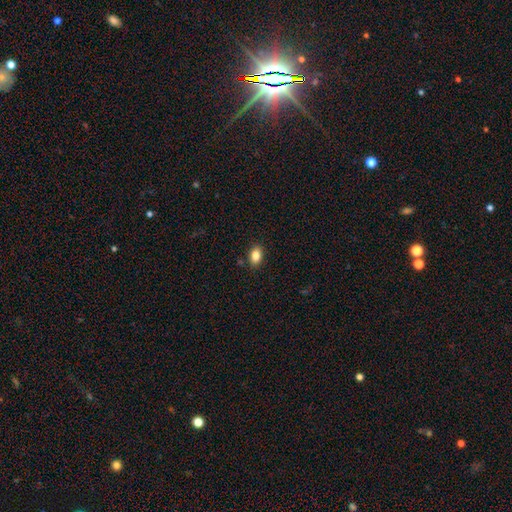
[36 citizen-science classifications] Smooth or featured? 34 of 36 (94%) said smooth. How rounded? 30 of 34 (88%) said in between. Merging? 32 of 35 (91%) said none.